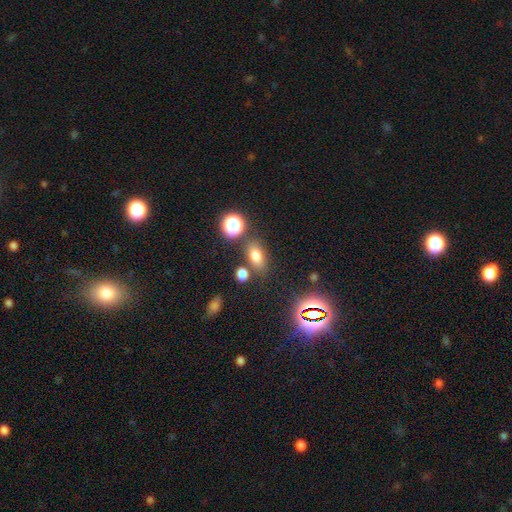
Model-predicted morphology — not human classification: Smooth or featured? Predicted: smooth (p=0.74). How rounded? Predicted: in between (p=0.78). Merging? Predicted: none (p=0.74).